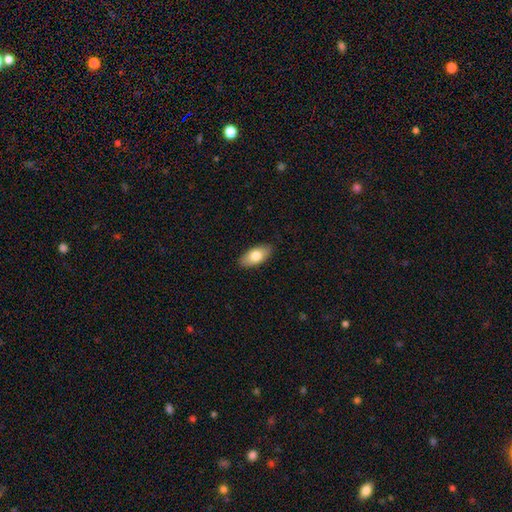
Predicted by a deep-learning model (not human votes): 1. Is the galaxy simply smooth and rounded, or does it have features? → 77% smooth, 17% featured or disk, 6% star or artifact.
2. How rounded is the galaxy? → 91% in between, 6% cigar-shaped, 3% round.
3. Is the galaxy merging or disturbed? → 88% none, 9% minor disturbance, 2% major disturbance, 1% merger.